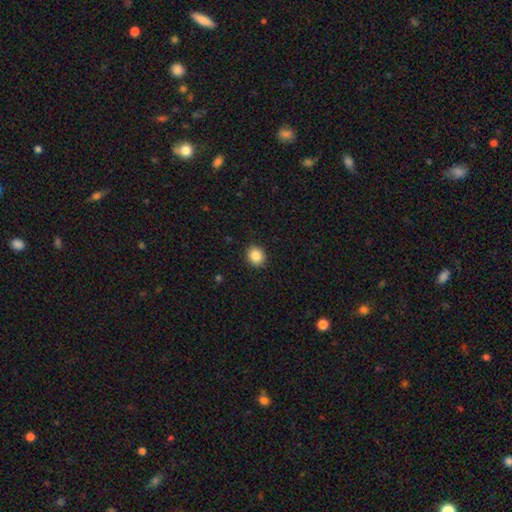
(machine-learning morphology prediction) A smooth galaxy with no disk features (86%) that is round (76%). Merging: none (91%).